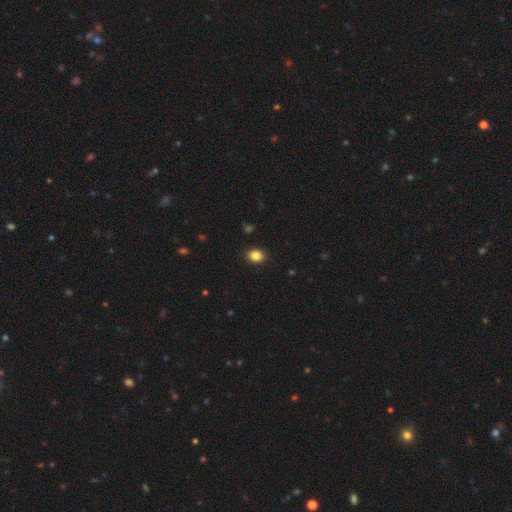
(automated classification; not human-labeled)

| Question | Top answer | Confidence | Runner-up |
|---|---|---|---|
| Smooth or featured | smooth | 85% | star or artifact (10%) |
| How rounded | round | 55% | in between (44%) |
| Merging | none | 90% | minor disturbance (7%) |